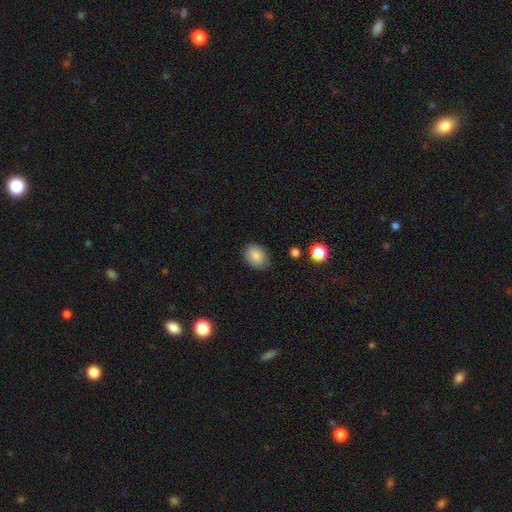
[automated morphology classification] type=smooth (86%); roundness=in between (72%); merging=none (83%).